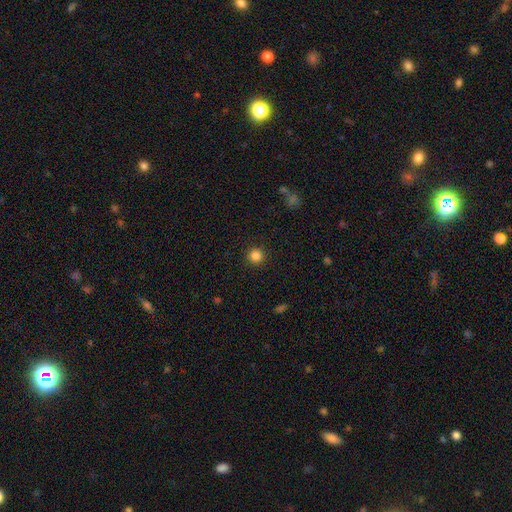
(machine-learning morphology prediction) Q: Smooth or featured?
A: smooth (84%); runner-up: star or artifact (12%)
Q: How rounded?
A: round (95%); runner-up: in between (4%)
Q: Merging?
A: none (92%); runner-up: minor disturbance (5%)